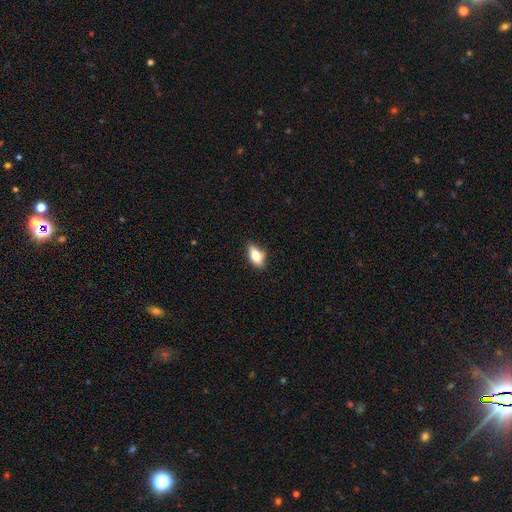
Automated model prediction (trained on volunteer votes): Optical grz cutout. It shows a smooth galaxy with no disk features (74%) that is in between round and cigar-shaped (84%). Merging: none (79%).